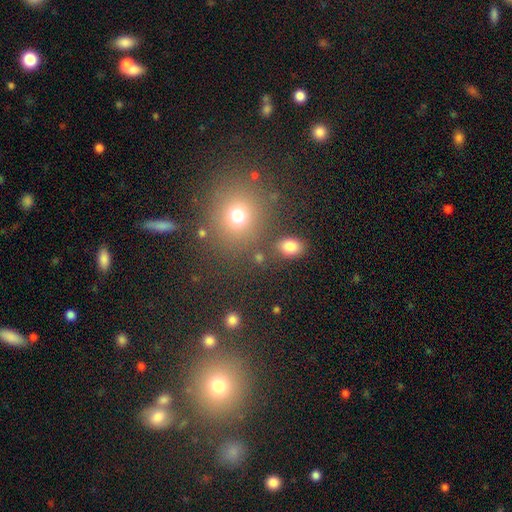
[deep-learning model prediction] Smooth or featured?
  - smooth: 60% *
  - star or artifact: 30%
  - featured or disk: 10%
How rounded?
  - round: 77% *
  - in between: 21%
  - cigar-shaped: 2%
Merging?
  - none: 81% *
  - minor disturbance: 8%
  - merger: 6%
  - major disturbance: 4%